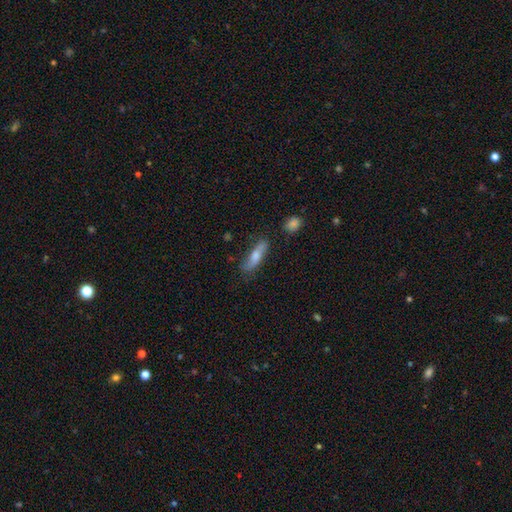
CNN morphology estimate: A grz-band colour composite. It shows a smooth galaxy with no disk features (63%) that is cigar-shaped (64%). Merging: none (73%).